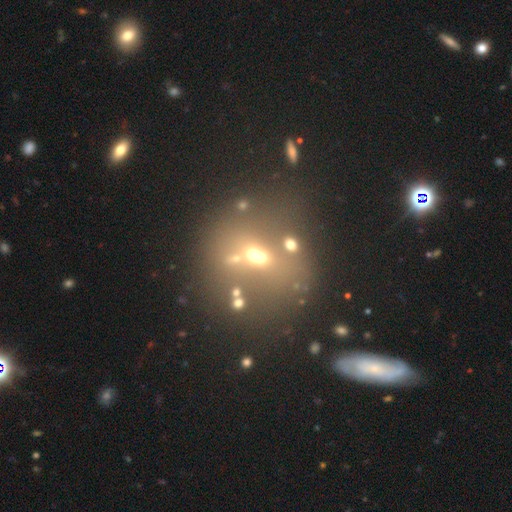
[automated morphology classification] Smooth or featured? Predicted: smooth (p=0.43). Merging? Predicted: none (p=0.48).